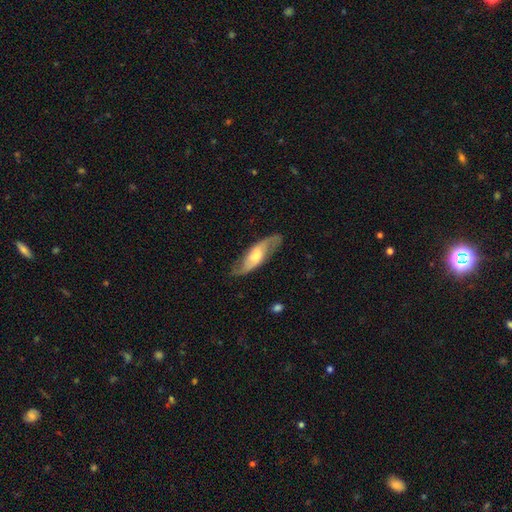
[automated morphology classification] smooth-or-featured: featured or disk: 74% | smooth: 21% | star or artifact: 5%
  disk-edge-on: no: 86% | yes: 14%
    bar: no: 52% | weak: 35% | strong: 13%
    has-spiral-arms: yes: 92% | no: 8%
      spiral-winding: loose: 46% | medium: 39% | tight: 15%
      spiral-arm-count: 2: 89% | can't tell: 6% | 1: 2% | 3: 1% | 4: 1% | more than 4: 1%
    bulge-size: moderate: 52% | small: 33% | large: 10% | none: 3% | dominant: 2%
  merging: none: 79% | minor disturbance: 15% | major disturbance: 5% | merger: 1%